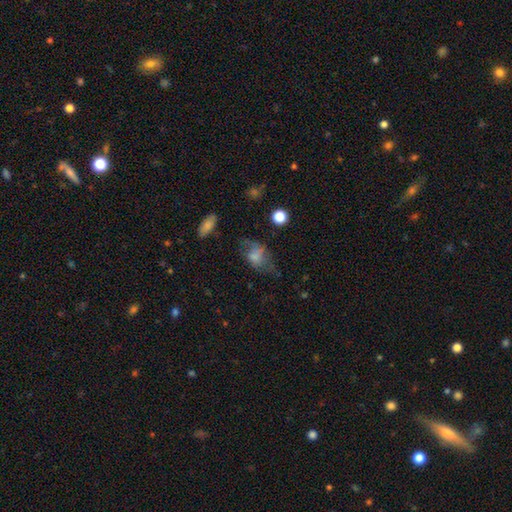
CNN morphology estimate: smooth 62%, featured or disk 26%, star or artifact 12%. Down the decision tree: how rounded — in between (76%); merging — none (37%).